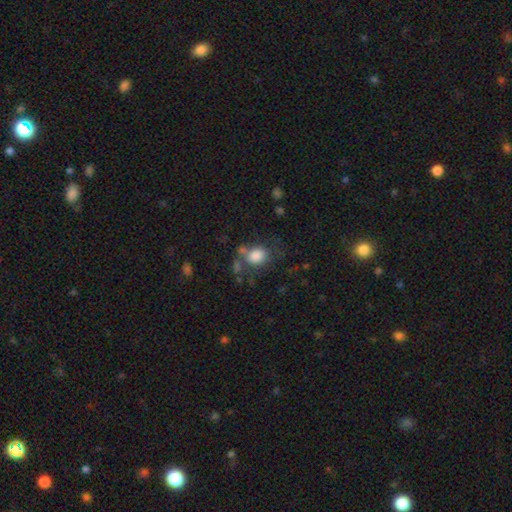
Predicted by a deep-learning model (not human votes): A smooth galaxy with no disk features (82%) that is round (57%). Merging: none (55%).